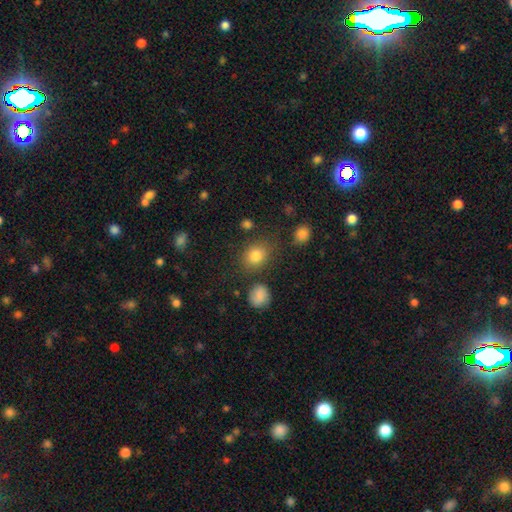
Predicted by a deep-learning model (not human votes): A smooth galaxy with no disk features (81%) that is round (59%).

Vote fractions:
- Smooth or featured? smooth: 81% / star or artifact: 12% / featured or disk: 7%
- How rounded? round: 59% / in between: 40% / cigar-shaped: 1%
- Merging? none: 76% / minor disturbance: 13% / merger: 6% / major disturbance: 5%